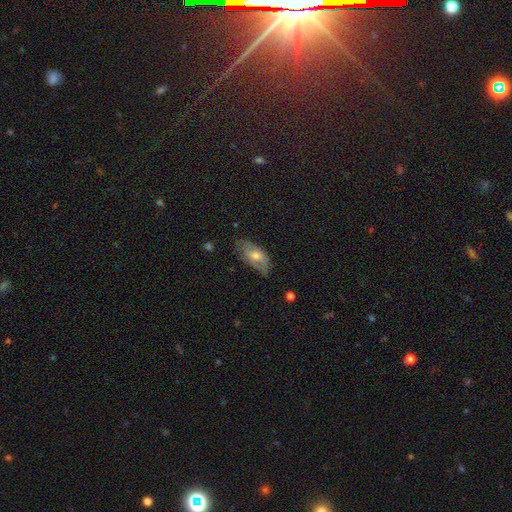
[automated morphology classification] The model was most divided on "smooth or featured": smooth: 53%, featured or disk: 38%, star or artifact: 8%. More confident: how rounded — in between (89%); merging — none (62%).